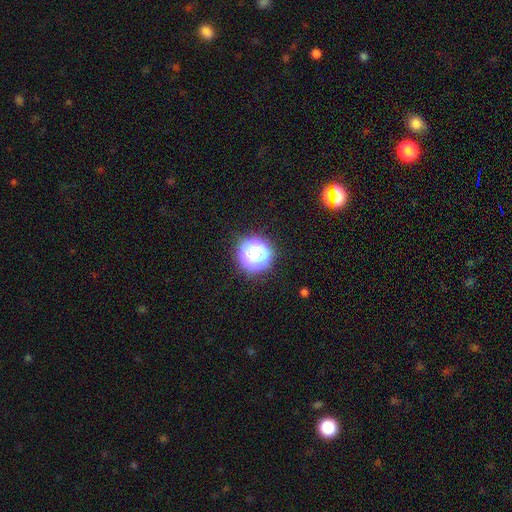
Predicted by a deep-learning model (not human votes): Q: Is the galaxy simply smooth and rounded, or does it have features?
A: smooth — 56%.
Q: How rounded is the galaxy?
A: round — 93%.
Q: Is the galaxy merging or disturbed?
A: none — 81%.